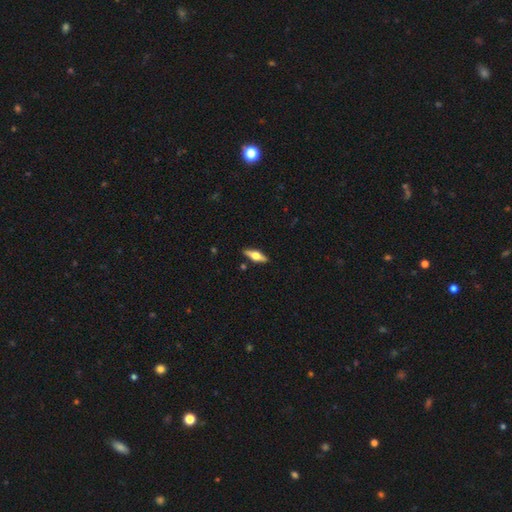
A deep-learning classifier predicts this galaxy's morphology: featured or disk 59%, smooth 35%, star or artifact 6%. Down the decision tree: edge-on disk — yes (94%); edge-on bulge — rounded (94%); merging — none (89%).